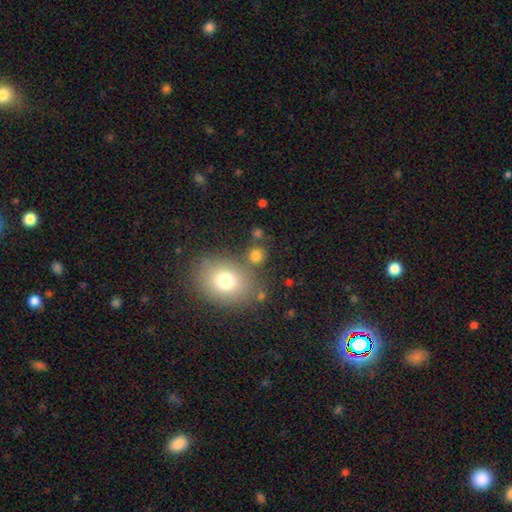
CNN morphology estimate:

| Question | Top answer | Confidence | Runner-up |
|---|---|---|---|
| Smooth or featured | smooth | 78% | star or artifact (14%) |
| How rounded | round | 80% | in between (19%) |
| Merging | none | 72% | merger (15%) |